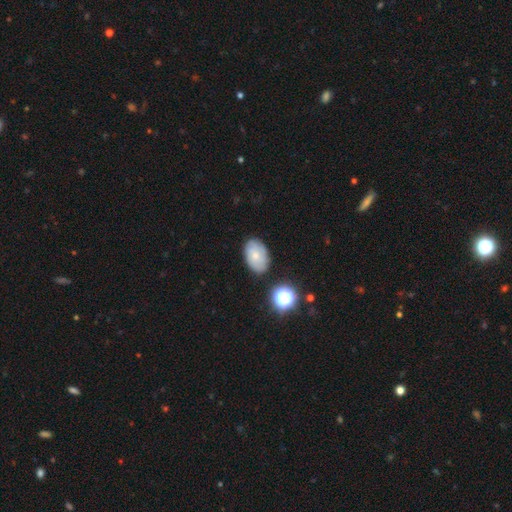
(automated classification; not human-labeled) smooth_or_featured: smooth (p=0.61) [alt: featured or disk p=0.29]
how_rounded: in between (p=0.86) [alt: round p=0.13]
merging: none (p=0.78) [alt: minor disturbance p=0.15]